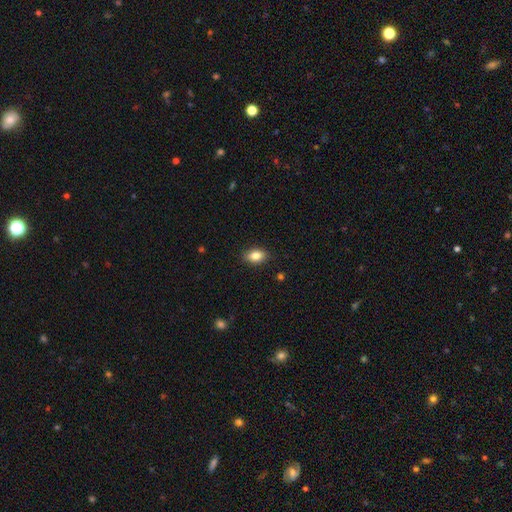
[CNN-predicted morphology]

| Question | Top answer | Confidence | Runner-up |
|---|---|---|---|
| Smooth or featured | smooth | 84% | featured or disk (8%) |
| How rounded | in between | 86% | round (13%) |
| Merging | none | 88% | minor disturbance (9%) |